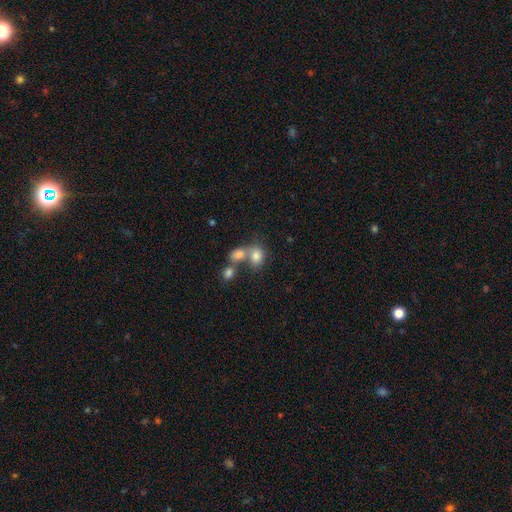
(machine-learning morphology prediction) This appears to be a smooth galaxy with no disk features (78%) that is in between round and cigar-shaped (53%). Merging: merger (50%).